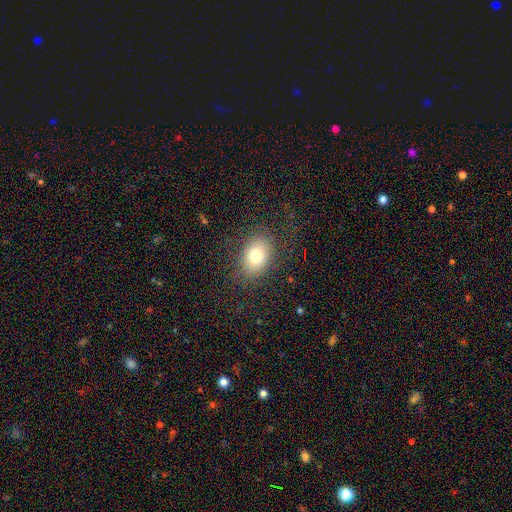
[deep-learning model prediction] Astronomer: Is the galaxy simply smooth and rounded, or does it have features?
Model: smooth — 75%.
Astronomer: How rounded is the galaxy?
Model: in between — 74%.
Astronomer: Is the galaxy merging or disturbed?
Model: none — 81%.